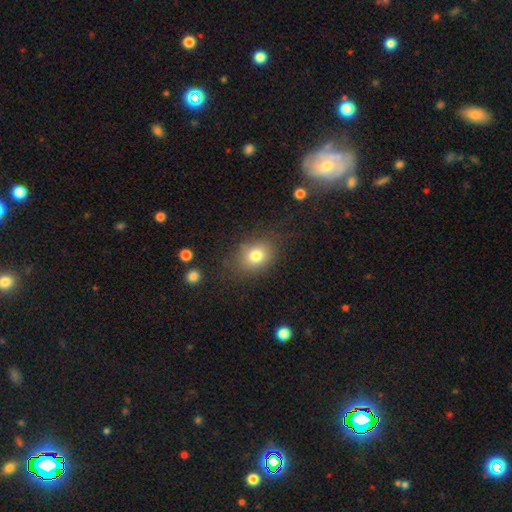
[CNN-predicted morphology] Smooth or featured: smooth — 78% (star or artifact — 11%)
How rounded: in between — 52% (round — 48%)
Merging: none — 76% (minor disturbance — 15%)